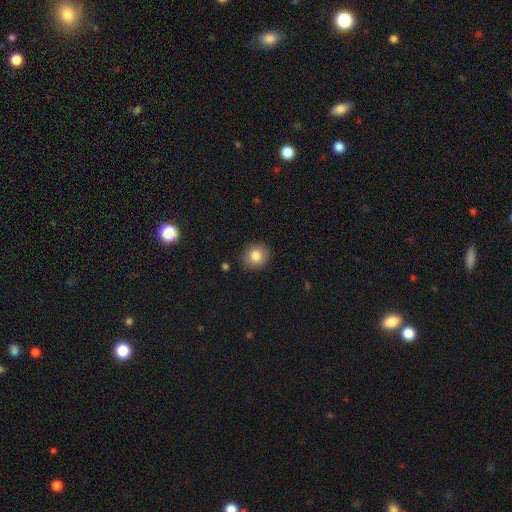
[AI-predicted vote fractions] The model was most divided on "how rounded": round: 79%, in between: 20%, cigar-shaped: 1%. More confident: merging — none (89%); smooth or featured — smooth (83%).